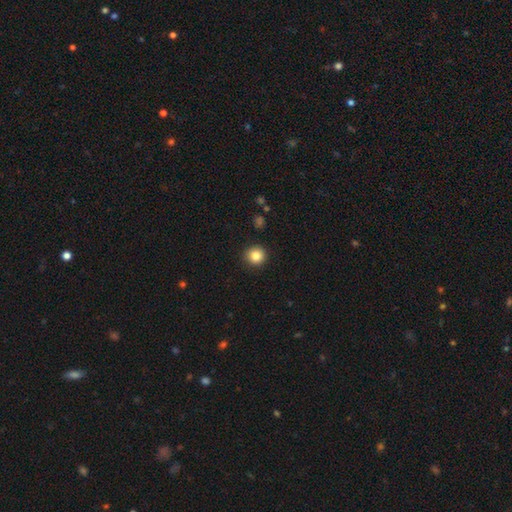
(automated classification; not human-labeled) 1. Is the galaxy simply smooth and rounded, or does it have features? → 84% smooth, 11% star or artifact, 6% featured or disk.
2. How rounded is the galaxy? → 94% round, 5% in between, 1% cigar-shaped.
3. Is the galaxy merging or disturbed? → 92% none, 5% minor disturbance, 2% major disturbance, 1% merger.